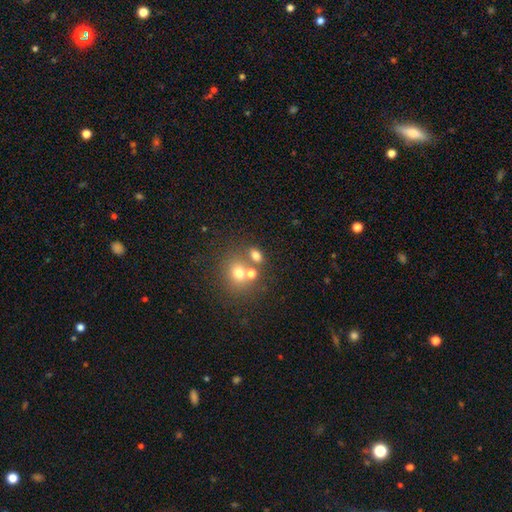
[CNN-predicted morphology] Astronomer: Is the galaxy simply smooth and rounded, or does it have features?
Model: smooth — 69%.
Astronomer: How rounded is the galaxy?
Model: in between — 52% (runner-up: round, 46%).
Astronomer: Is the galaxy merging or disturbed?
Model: none — 50% (runner-up: merger, 35%).